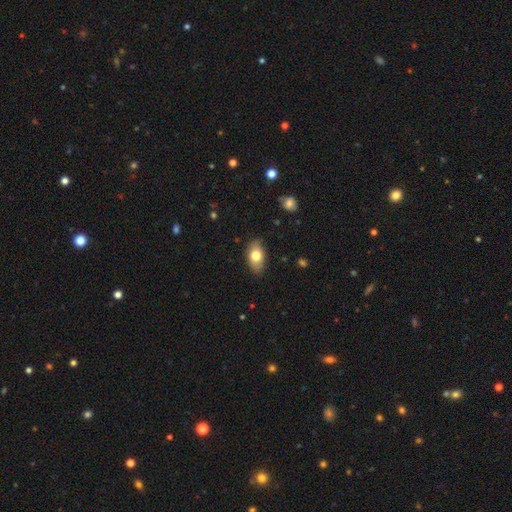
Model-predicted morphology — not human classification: Smooth or featured? Predicted: smooth (p=0.76). How rounded? Predicted: in between (p=0.89). Merging? Predicted: none (p=0.83).